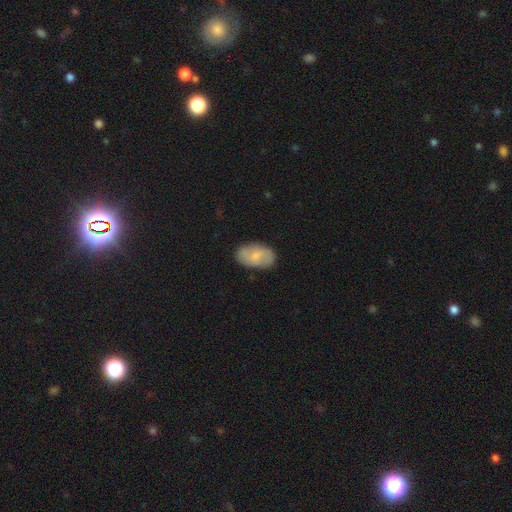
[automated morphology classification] type=smooth (63%); roundness=in between (92%); merging=none (80%).